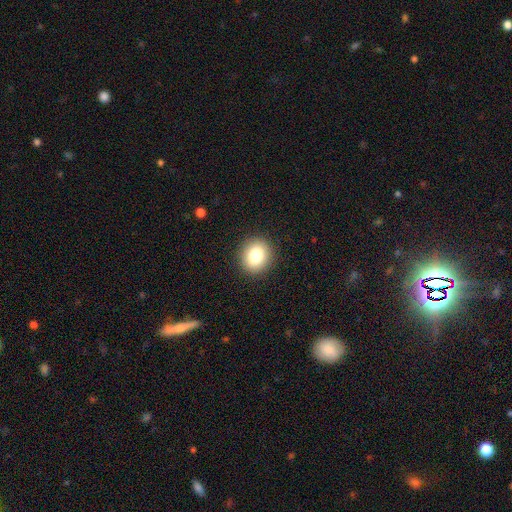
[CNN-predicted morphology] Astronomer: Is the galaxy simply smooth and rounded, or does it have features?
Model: smooth — 82%.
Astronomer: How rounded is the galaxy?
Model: round — 77%.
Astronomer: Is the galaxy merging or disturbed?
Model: none — 91%.